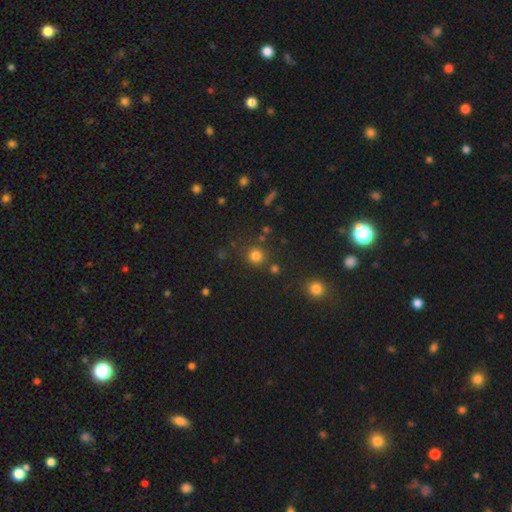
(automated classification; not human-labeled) Morphology: type=smooth (79%); roundness=round (92%); merging=none (81%).